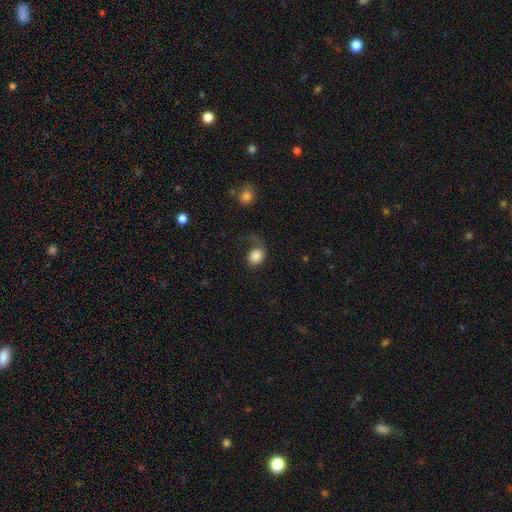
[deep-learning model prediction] smooth-or-featured: smooth: 78% | featured or disk: 15% | star or artifact: 8%
  how-rounded: round: 65% | in between: 34% | cigar-shaped: 1%
  merging: major disturbance: 41% | none: 33% | minor disturbance: 21% | merger: 4%